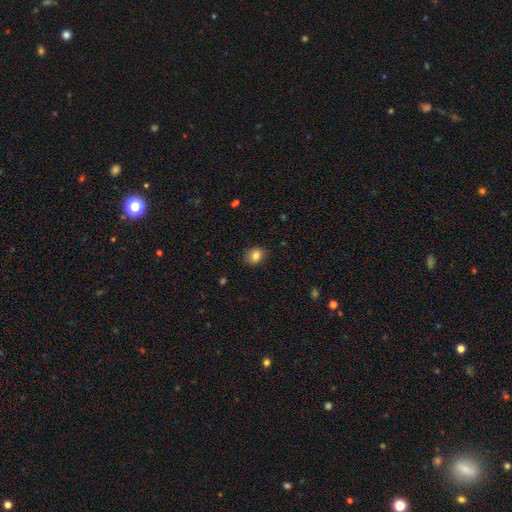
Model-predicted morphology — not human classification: type=smooth (83%); roundness=round (62%); merging=none (85%).